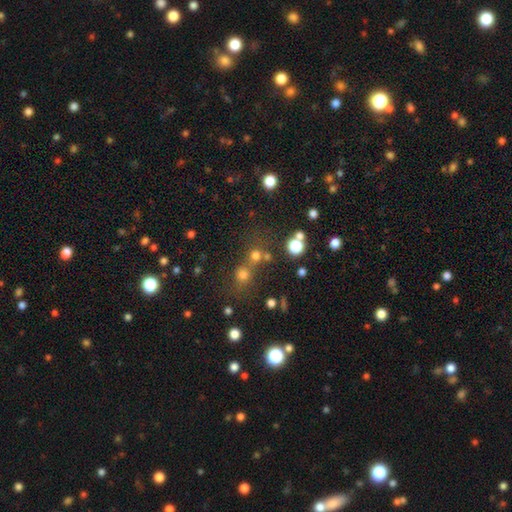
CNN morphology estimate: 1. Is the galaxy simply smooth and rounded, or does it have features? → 55% star or artifact, 34% smooth, 11% featured or disk.